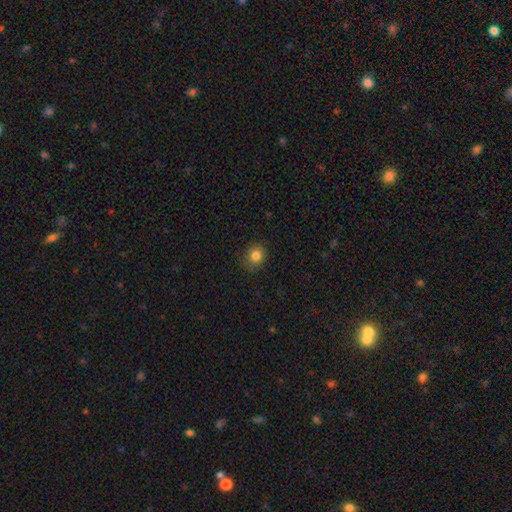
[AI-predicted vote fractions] Smooth or featured? Predicted: smooth (p=0.82). How rounded? Predicted: round (p=0.77). Merging? Predicted: none (p=0.85).